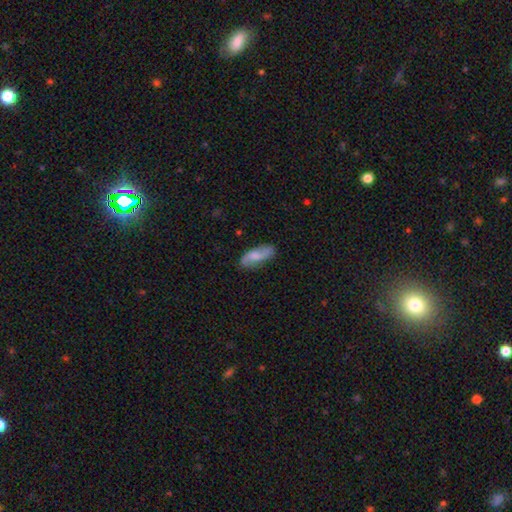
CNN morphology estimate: smooth-or-featured: smooth: 57% | featured or disk: 37% | star or artifact: 6%
  how-rounded: in between: 75% | cigar-shaped: 23% | round: 3%
  merging: none: 77% | minor disturbance: 18% | major disturbance: 4% | merger: 2%